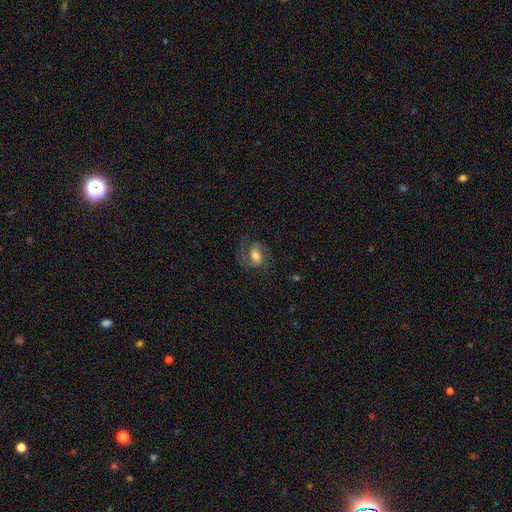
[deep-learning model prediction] The model was most divided on "bar": no: 41%, weak: 40%, strong: 18%. Remaining: edge-on disk — no (96%); spiral arms — yes (89%); spiral arm count — 2 (67%); smooth or featured — featured or disk (62%); bulge size — moderate (61%); merging — none (60%); spiral winding — medium (49%).